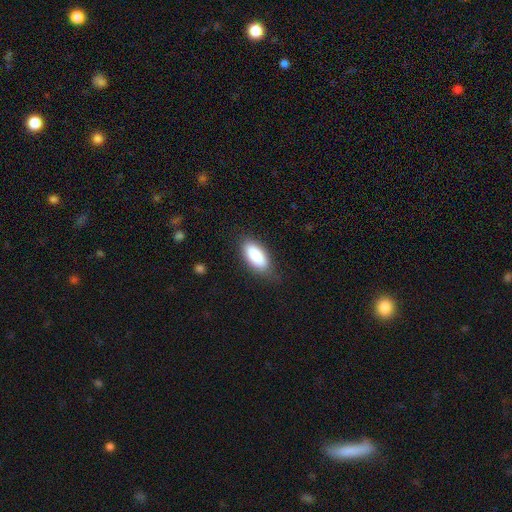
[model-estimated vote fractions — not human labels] The model was most divided on "merging": none: 81%, minor disturbance: 15%, major disturbance: 4%, merger: 1%. More confident: smooth or featured — smooth (88%); how rounded — in between (86%).